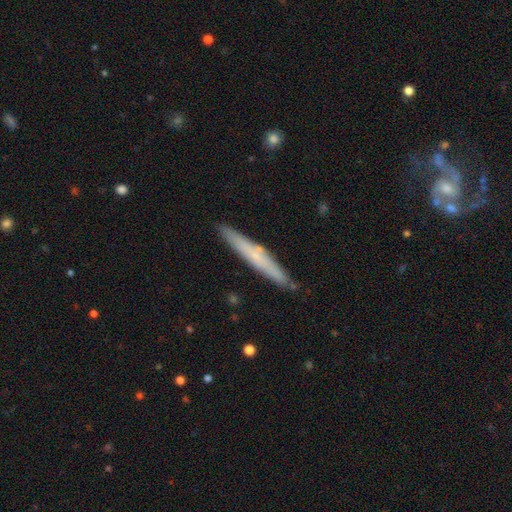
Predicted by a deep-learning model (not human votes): The model was most divided on "smooth or featured": smooth: 49%, featured or disk: 45%, star or artifact: 6%. More confident: merging — none (88%).